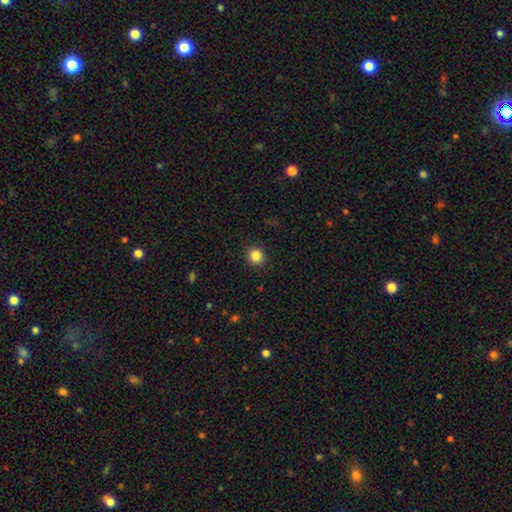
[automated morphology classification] This is clearly a smooth galaxy (85%). How rounded: clearly round (91%). Merging: clearly none (91%).